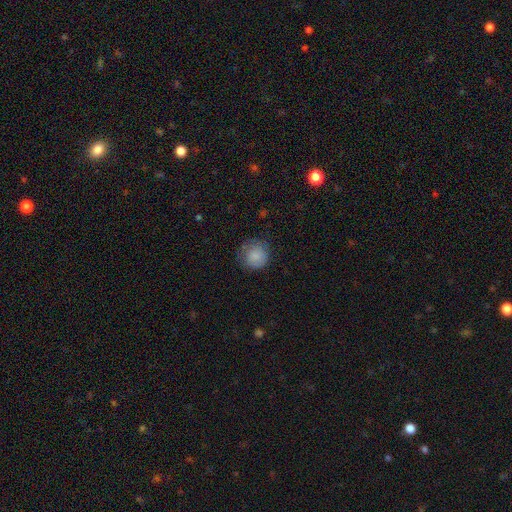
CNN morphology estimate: The model was most divided on "merging": none: 69%, minor disturbance: 22%, major disturbance: 8%, merger: 1%. More confident: how rounded — round (90%); smooth or featured — smooth (82%).